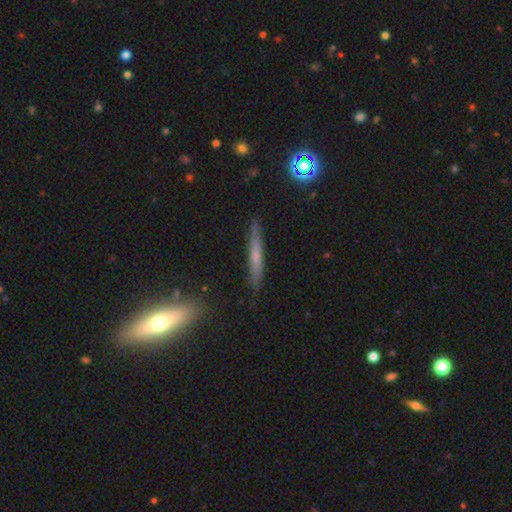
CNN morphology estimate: The model was most divided on "smooth or featured": smooth: 51%, featured or disk: 41%, star or artifact: 8%. More confident: how rounded — cigar-shaped (93%); merging — none (86%).